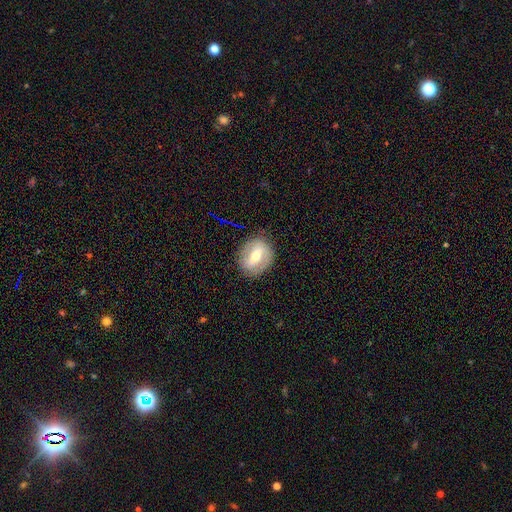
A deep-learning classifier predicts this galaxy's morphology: Smooth or featured: featured or disk — 61% (smooth — 32%)
Edge-on disk: no — 92% (yes — 8%)
Bar: strong — 50% (weak — 35%)
Spiral arms: yes — 51% (no — 49%)
Bulge size: moderate — 65% (small — 29%)
Merging: none — 83% (minor disturbance — 11%)